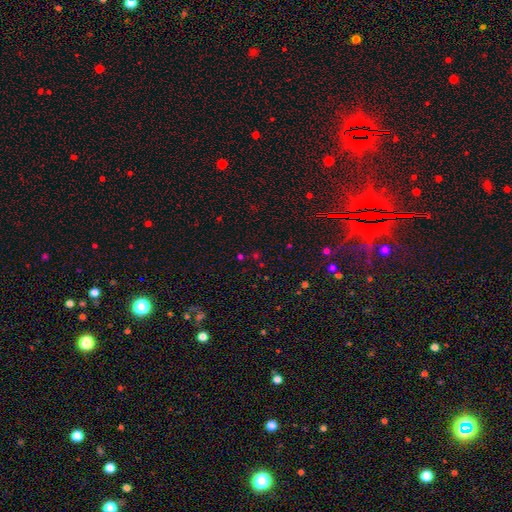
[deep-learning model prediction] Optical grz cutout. It shows a star or artifact, not a galaxy (56%).